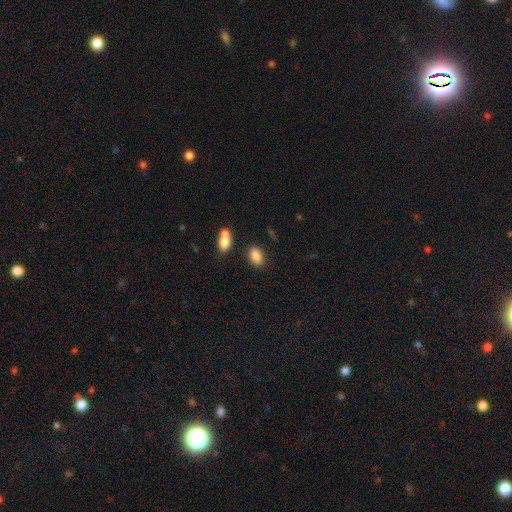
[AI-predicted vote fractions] smooth-or-featured: smooth: 86% | star or artifact: 8% | featured or disk: 6%
  how-rounded: in between: 86% | round: 12% | cigar-shaped: 2%
  merging: none: 76% | minor disturbance: 11% | merger: 10% | major disturbance: 3%